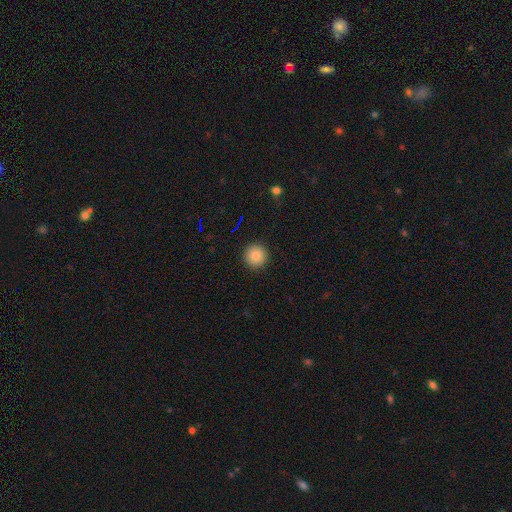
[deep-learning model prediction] smooth-or-featured: smooth: 86% | star or artifact: 10% | featured or disk: 4%
  how-rounded: round: 95% | in between: 4% | cigar-shaped: 1%
  merging: none: 92% | minor disturbance: 5% | major disturbance: 2% | merger: 1%